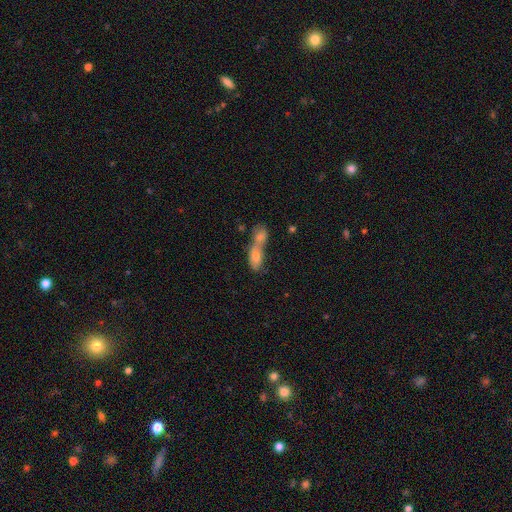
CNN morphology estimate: type=smooth (67%); roundness=in between (75%); merging=merger (74%).